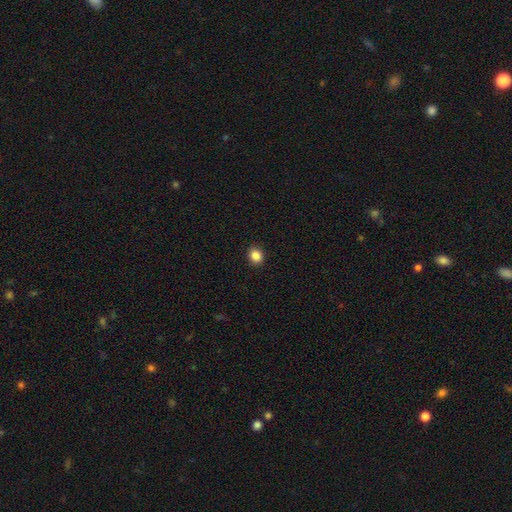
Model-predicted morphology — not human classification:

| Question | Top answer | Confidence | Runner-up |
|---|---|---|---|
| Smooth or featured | smooth | 86% | star or artifact (10%) |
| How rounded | round | 61% | in between (38%) |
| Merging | none | 91% | minor disturbance (6%) |